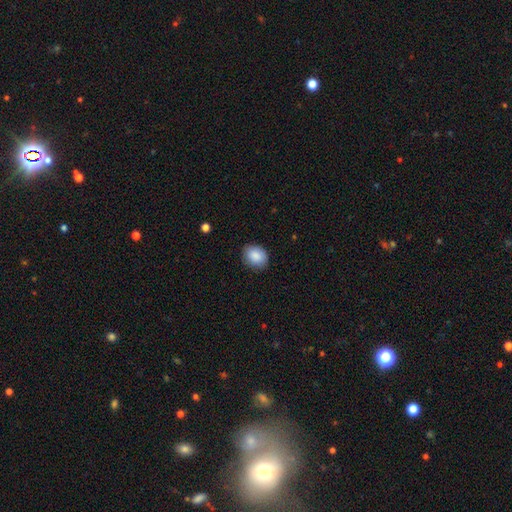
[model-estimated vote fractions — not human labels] Smooth or featured? smooth (88%)
How rounded? in between (55%)
Merging? none (83%)